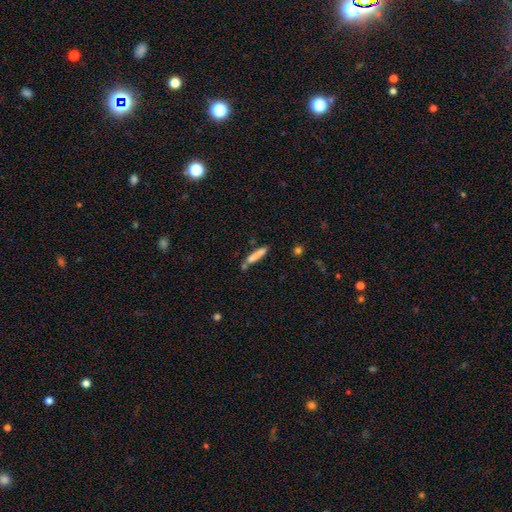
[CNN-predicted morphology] type=smooth (79%); roundness=cigar-shaped (90%); merging=none (70%).